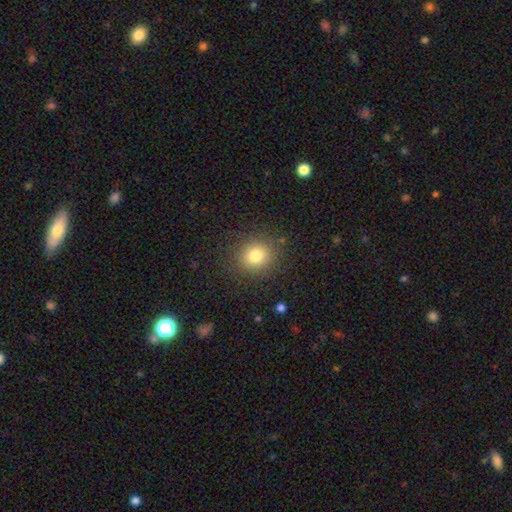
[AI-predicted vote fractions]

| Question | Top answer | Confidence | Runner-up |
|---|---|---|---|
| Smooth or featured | smooth | 79% | star or artifact (13%) |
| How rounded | round | 85% | in between (14%) |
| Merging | none | 87% | minor disturbance (8%) |